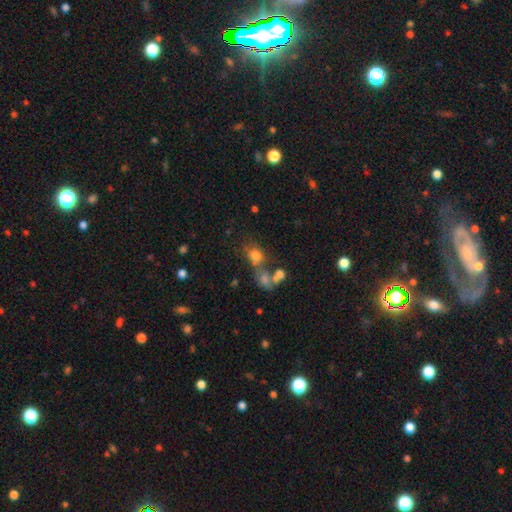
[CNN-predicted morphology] smooth-or-featured: smooth: 70% | featured or disk: 16% | star or artifact: 14%
  how-rounded: in between: 50% | round: 48% | cigar-shaped: 2%
  merging: none: 38% | merger: 36% | minor disturbance: 14% | major disturbance: 12%